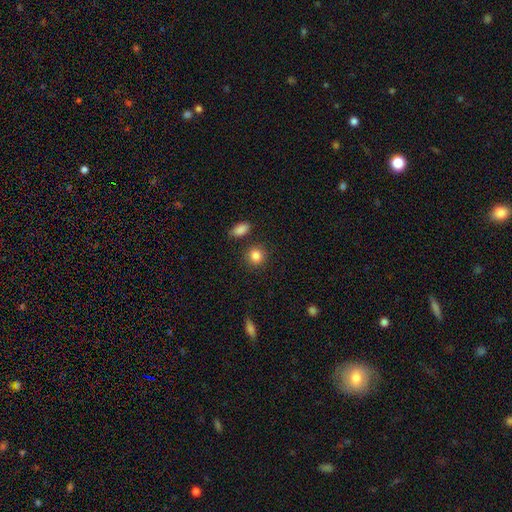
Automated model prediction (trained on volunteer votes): This appears to be a smooth galaxy with no disk features (87%) that is round (82%). Merging: none (83%).